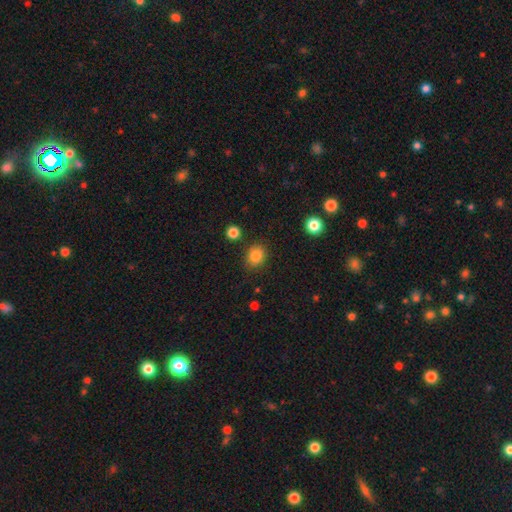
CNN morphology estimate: Smooth or featured? smooth (84%)
How rounded? round (63%)
Merging? none (85%)